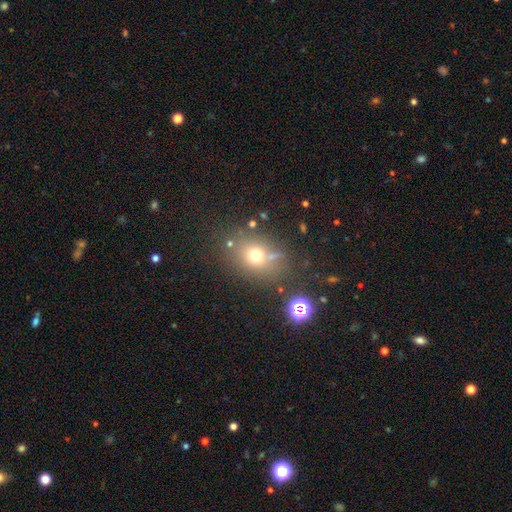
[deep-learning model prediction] Morphology: type=smooth (65%); roundness=round (55%); merging=none (71%).